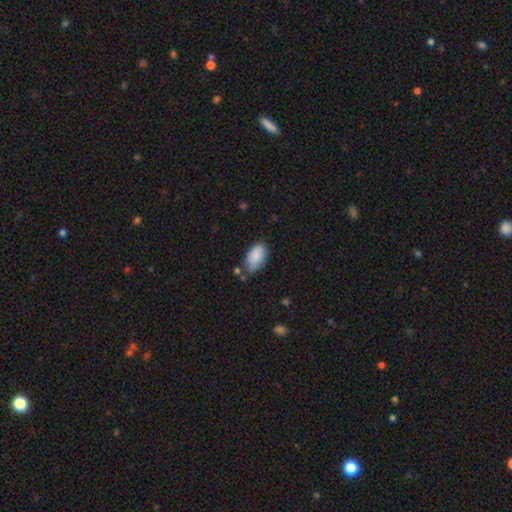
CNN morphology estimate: Smooth or featured? smooth (86%)
How rounded? in between (94%)
Merging? none (59%)